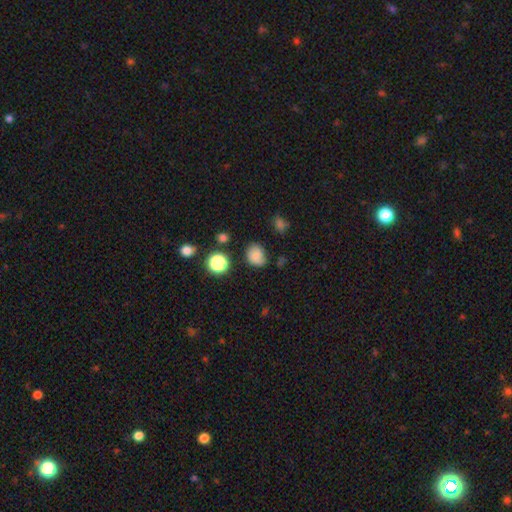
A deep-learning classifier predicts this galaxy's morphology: Smooth or featured: smooth — 78% (star or artifact — 13%)
How rounded: round — 53% (in between — 46%)
Merging: none — 69% (minor disturbance — 22%)